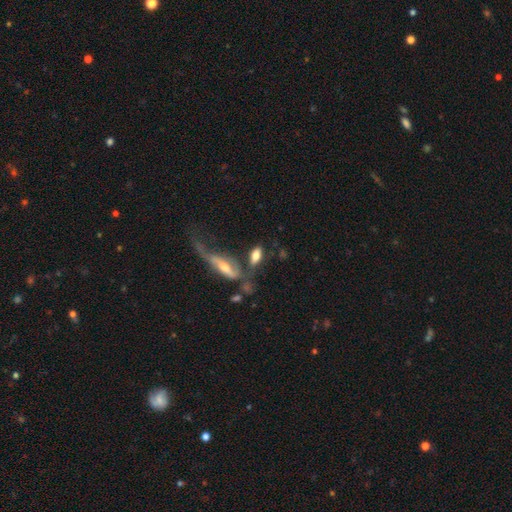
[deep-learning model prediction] Q: Smooth or featured?
A: smooth (68%); runner-up: featured or disk (24%)
Q: How rounded?
A: in between (79%); runner-up: cigar-shaped (16%)
Q: Merging?
A: none (39%); runner-up: merger (33%)